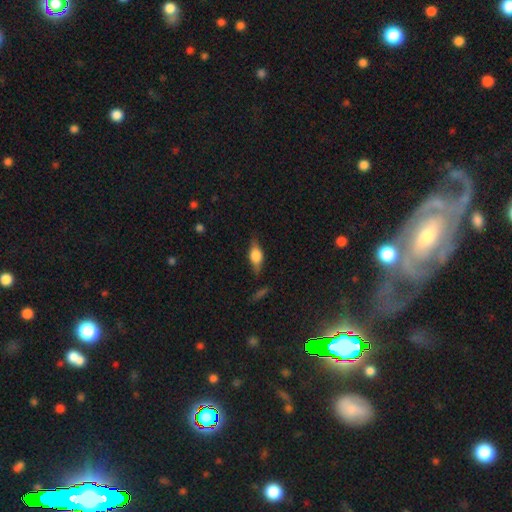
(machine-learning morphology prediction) A smooth galaxy with no disk features (49%).

Vote fractions:
- Smooth or featured? smooth: 49% / featured or disk: 42% / star or artifact: 8%
- Merging? none: 74% / minor disturbance: 18% / major disturbance: 5% / merger: 2%